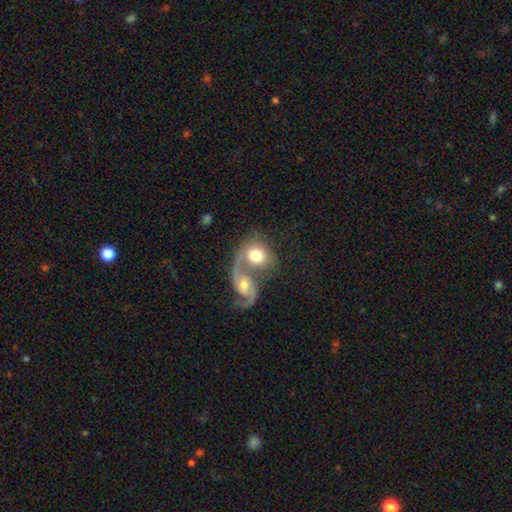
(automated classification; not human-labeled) Smooth or featured?
  - smooth: 47% *
  - featured or disk: 46%
  - star or artifact: 7%
Merging?
  - merger: 72% *
  - none: 16%
  - major disturbance: 7%
  - minor disturbance: 6%